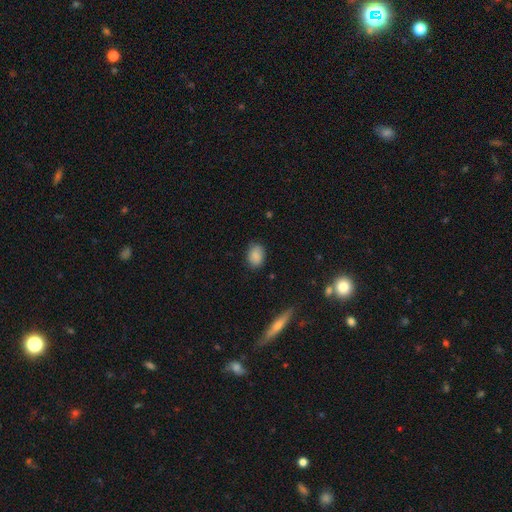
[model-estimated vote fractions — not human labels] Smooth or featured? Predicted: smooth (p=0.86). How rounded? Predicted: in between (p=0.74). Merging? Predicted: none (p=0.80).